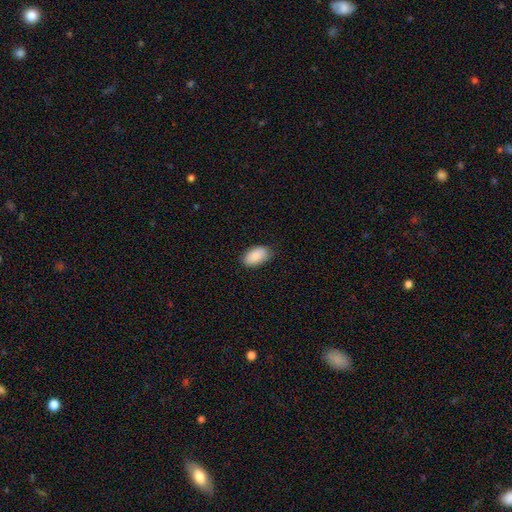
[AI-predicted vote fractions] A smooth galaxy with no disk features (88%) that is in between round and cigar-shaped (94%).

Vote fractions:
- Smooth or featured? smooth: 88% / star or artifact: 6% / featured or disk: 5%
- How rounded? in between: 94% / round: 4% / cigar-shaped: 2%
- Merging? none: 81% / minor disturbance: 16% / major disturbance: 3% / merger: 1%